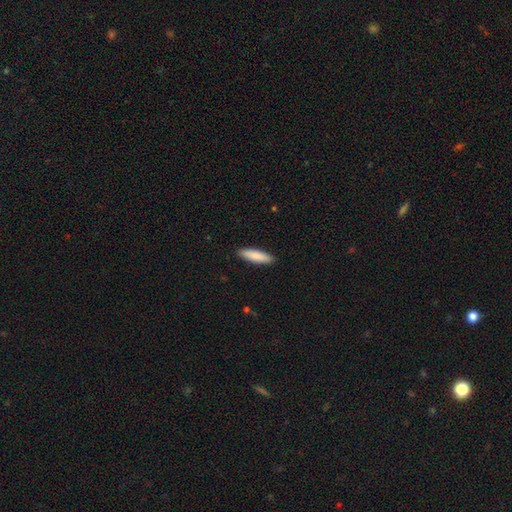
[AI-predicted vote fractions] Smooth or featured: smooth — 87% (featured or disk — 8%)
How rounded: cigar-shaped — 69% (in between — 30%)
Merging: none — 91% (minor disturbance — 7%)